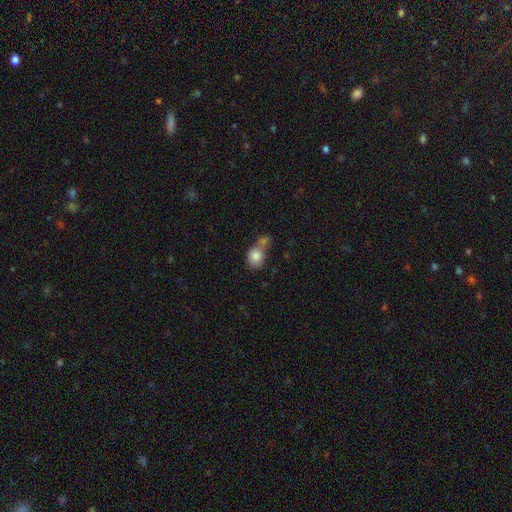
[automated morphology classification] Smooth or featured? smooth (81%)
How rounded? round (67%)
Merging? merger (49%)